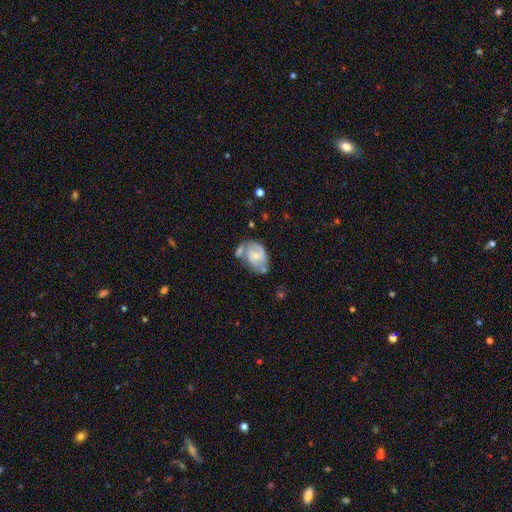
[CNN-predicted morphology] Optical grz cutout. It shows a featured or disk galaxy (64%) with no bar (50%), spiral arms (77%) and a small central bulge (58%). Merging: none (35%).